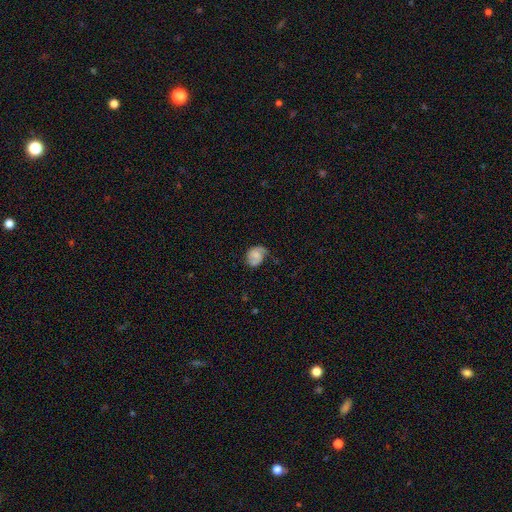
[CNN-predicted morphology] The model was most divided on "how rounded": round: 51%, in between: 48%, cigar-shaped: 1%. More confident: merging — none (52%); smooth or featured — smooth (51%).